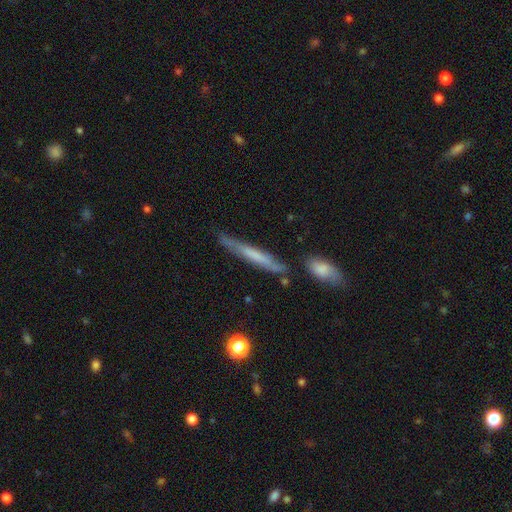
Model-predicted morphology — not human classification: A smooth galaxy with no disk features (52%) that is cigar-shaped (93%).

Vote fractions:
- Smooth or featured? smooth: 52% / featured or disk: 41% / star or artifact: 7%
- How rounded? cigar-shaped: 93% / in between: 5% / round: 2%
- Merging? none: 71% / minor disturbance: 18% / merger: 7% / major disturbance: 4%